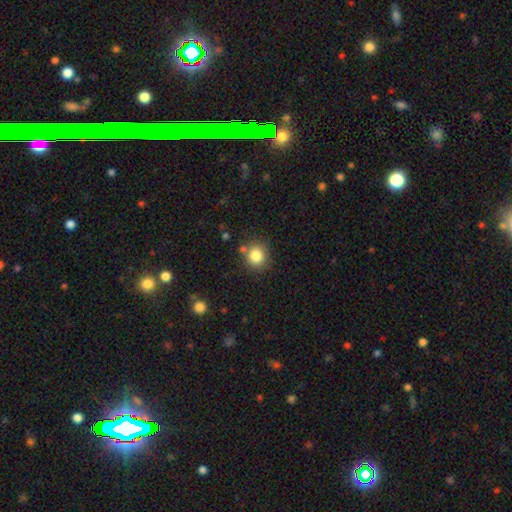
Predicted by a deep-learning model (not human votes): This is clearly a smooth galaxy (83%). How rounded: clearly round (87%). Merging: likely none (80%).